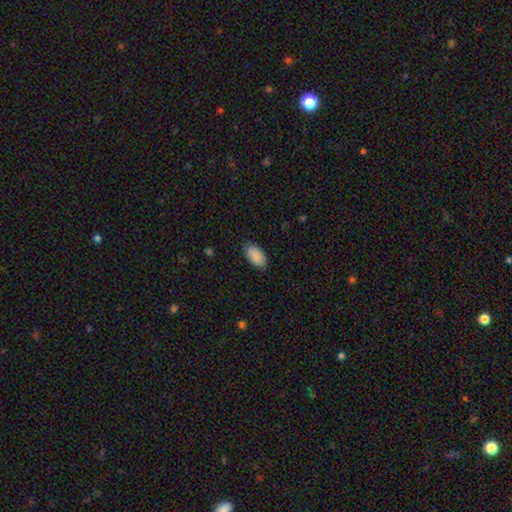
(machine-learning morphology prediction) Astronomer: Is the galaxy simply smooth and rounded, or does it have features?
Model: smooth — 91%.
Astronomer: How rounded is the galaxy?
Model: in between — 95%.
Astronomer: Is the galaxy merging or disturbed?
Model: none — 86%.